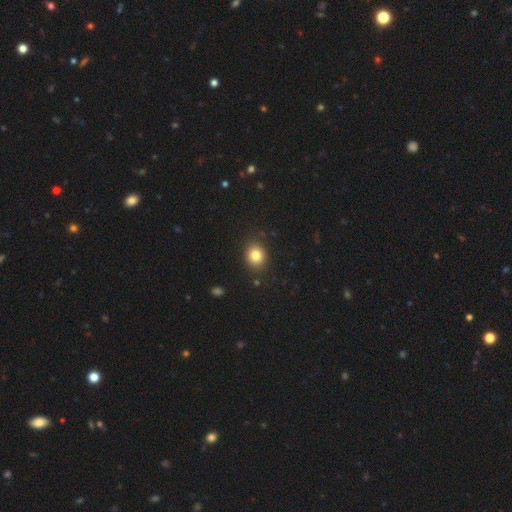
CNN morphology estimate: This appears to be a smooth galaxy with no disk features (84%) that is round (67%). Merging: none (87%).